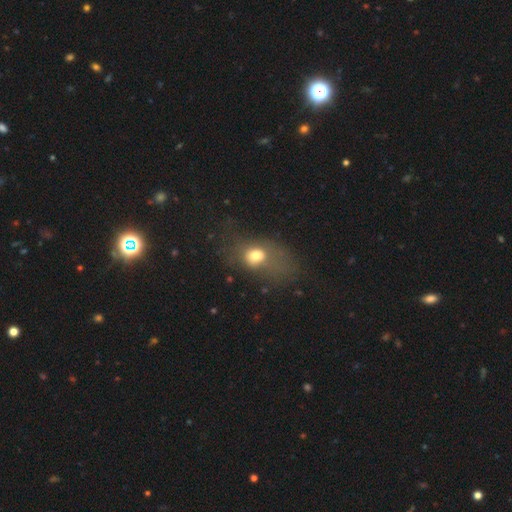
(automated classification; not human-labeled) Q: Smooth or featured?
A: smooth (68%); runner-up: featured or disk (17%)
Q: How rounded?
A: in between (60%); runner-up: round (38%)
Q: Merging?
A: none (37%); runner-up: major disturbance (36%)